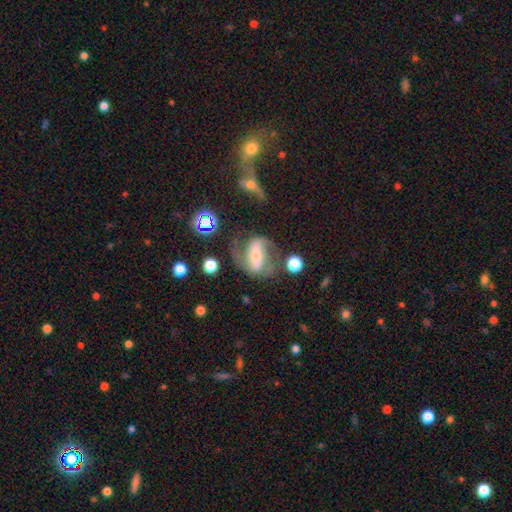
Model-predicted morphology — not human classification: Overall: featured or disk (79%). Edge-on disk: no (95%). Bar: strong (60%; weak 25%). Spiral arms: yes (91%). Spiral arm count: 2 (88%). Spiral winding: medium (48%; loose 36%). Bulge size: small (52%; moderate 37%). Merging: none (59%).